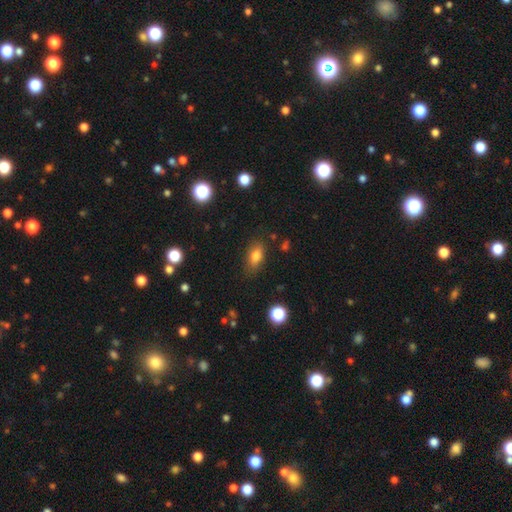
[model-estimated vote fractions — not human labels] A smooth galaxy with no disk features (80%) that is in between round and cigar-shaped (84%). Merging: none (79%).